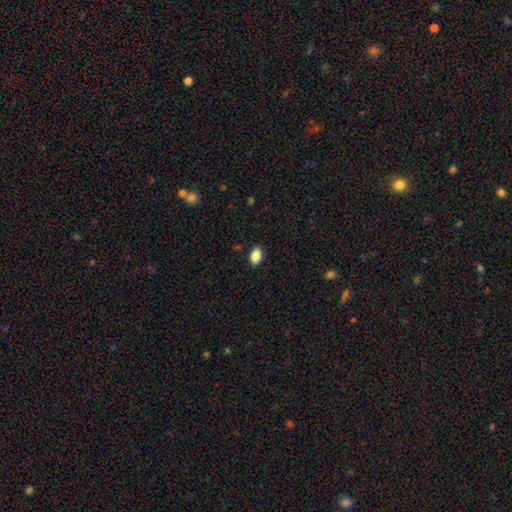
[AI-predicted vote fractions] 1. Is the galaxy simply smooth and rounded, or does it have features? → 87% smooth, 8% star or artifact, 5% featured or disk.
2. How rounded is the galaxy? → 90% in between, 8% round, 2% cigar-shaped.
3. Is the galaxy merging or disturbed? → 89% none, 8% minor disturbance, 2% major disturbance, 1% merger.